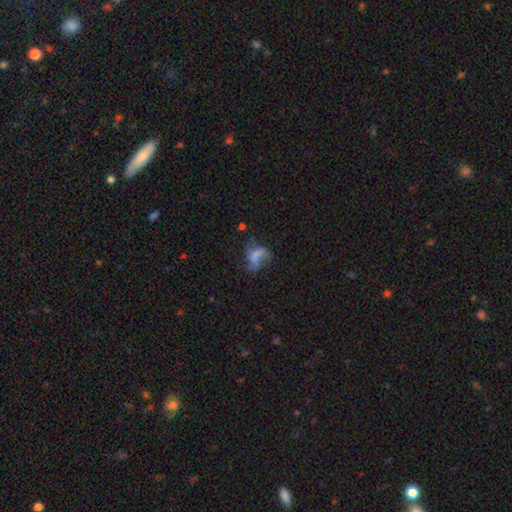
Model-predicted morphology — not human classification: smooth 43% (tied), featured or disk 43% (tied), star or artifact 14%. Down the decision tree: merging — major disturbance (43%).